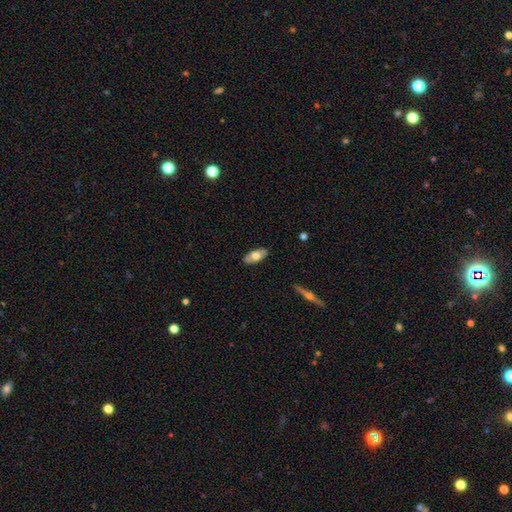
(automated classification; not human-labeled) The model was most divided on "smooth or featured": smooth: 64%, featured or disk: 30%, star or artifact: 6%. More confident: merging — none (87%); how rounded — in between (86%).